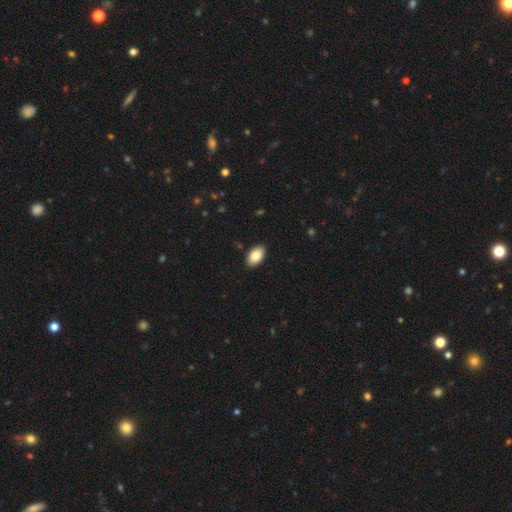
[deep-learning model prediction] A smooth galaxy with no disk features (84%) that is in between round and cigar-shaped (94%). Merging: none (90%).